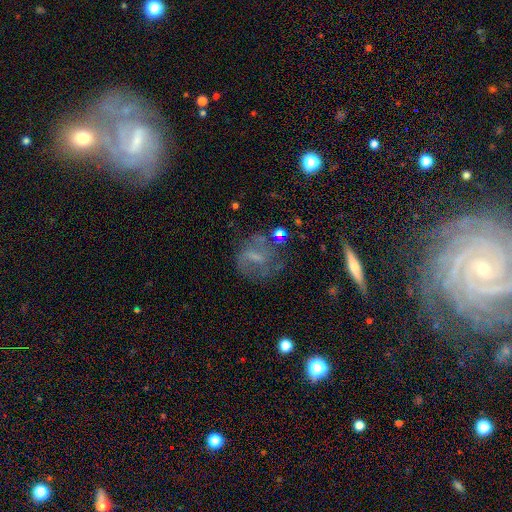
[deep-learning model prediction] A featured or disk galaxy (50%).

Vote fractions:
- Smooth or featured? featured or disk: 50% / smooth: 36% / star or artifact: 14%
- Merging? none: 49% / major disturbance: 24% / minor disturbance: 21% / merger: 5%